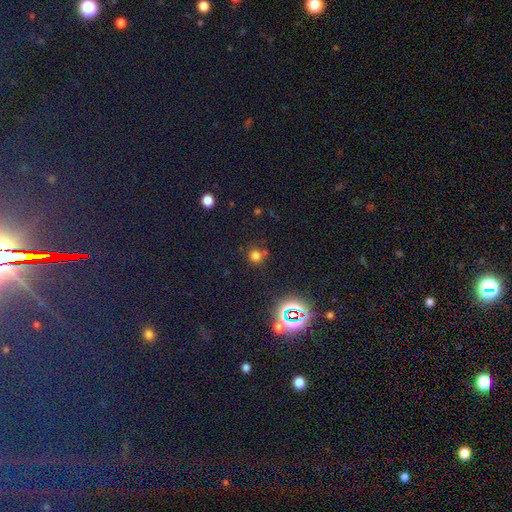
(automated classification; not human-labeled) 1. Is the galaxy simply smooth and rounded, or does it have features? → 68% smooth, 25% star or artifact, 7% featured or disk.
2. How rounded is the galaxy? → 89% round, 10% in between, 1% cigar-shaped.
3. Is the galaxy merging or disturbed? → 69% none, 15% merger, 11% minor disturbance, 4% major disturbance.